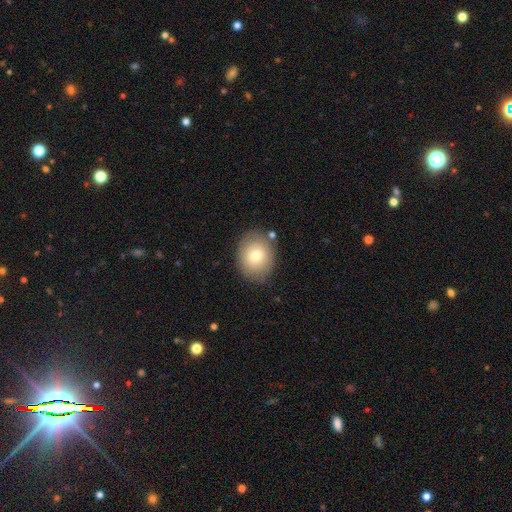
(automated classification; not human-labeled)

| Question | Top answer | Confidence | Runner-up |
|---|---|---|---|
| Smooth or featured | smooth | 76% | featured or disk (15%) |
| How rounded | round | 59% | in between (40%) |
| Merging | none | 80% | minor disturbance (13%) |